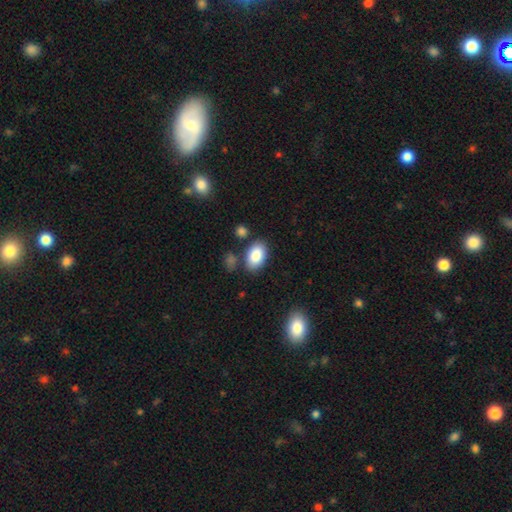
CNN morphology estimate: Overall: smooth (87%). How rounded: in between (91%). Merging: none (77%).